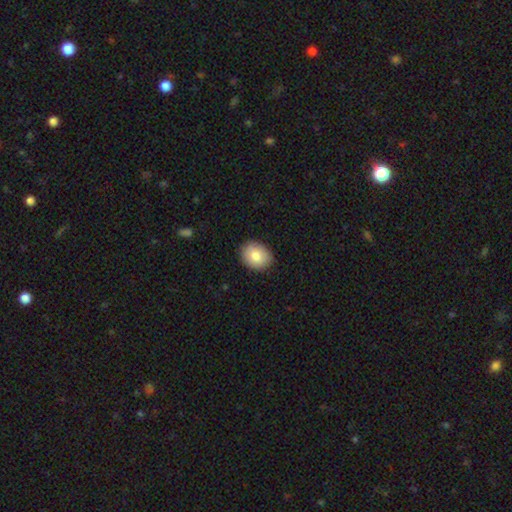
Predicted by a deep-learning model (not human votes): Overall: smooth (82%). How rounded: in between (54%; round 45%). Merging: none (89%).